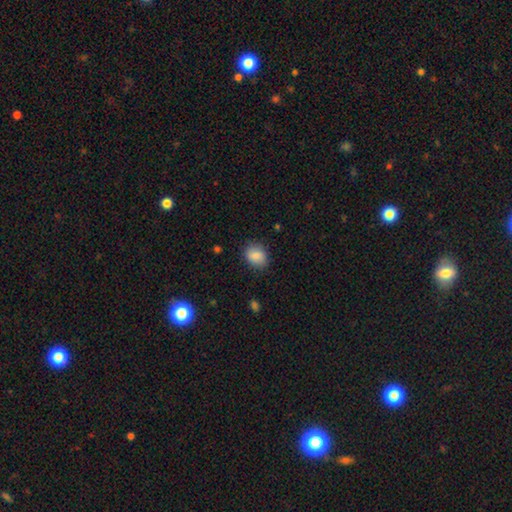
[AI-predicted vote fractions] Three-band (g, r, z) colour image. It shows a smooth galaxy with no disk features (85%) that is round (53%). Merging: none (82%).